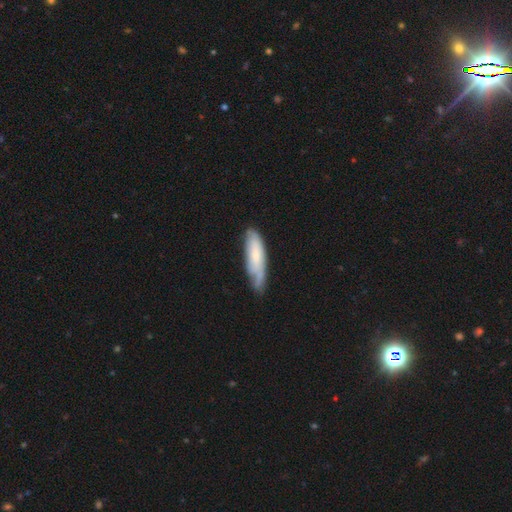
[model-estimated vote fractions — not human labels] Smooth or featured?
  - smooth: 57% *
  - featured or disk: 37%
  - star or artifact: 6%
How rounded?
  - cigar-shaped: 55% *
  - in between: 43%
  - round: 1%
Merging?
  - none: 58% *
  - minor disturbance: 31%
  - major disturbance: 8%
  - merger: 3%